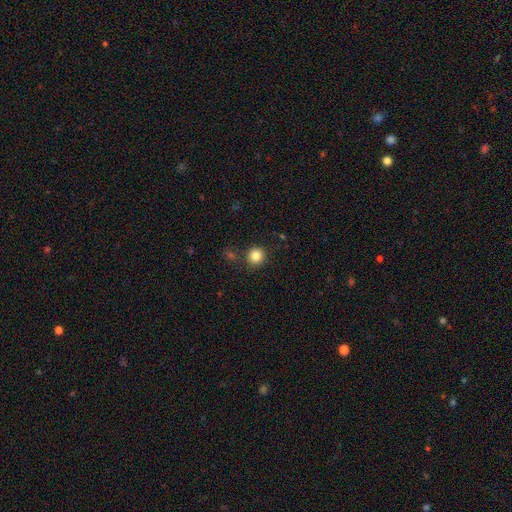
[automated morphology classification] A smooth galaxy with no disk features (84%) that is round (92%).

Vote fractions:
- Smooth or featured? smooth: 84% / star or artifact: 11% / featured or disk: 5%
- How rounded? round: 92% / in between: 7% / cigar-shaped: 1%
- Merging? none: 86% / minor disturbance: 8% / merger: 4% / major disturbance: 3%